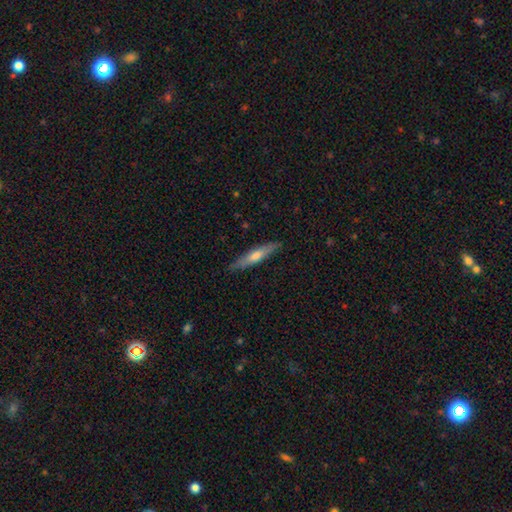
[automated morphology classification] Overall: smooth (54%; featured or disk 41%). How rounded: cigar-shaped (87%). Merging: none (86%).